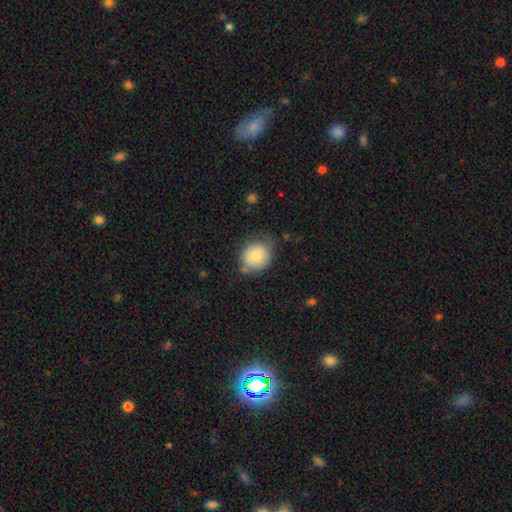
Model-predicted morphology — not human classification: smooth_or_featured: smooth (p=0.80) [alt: featured or disk p=0.12]
how_rounded: round (p=0.80) [alt: in between p=0.19]
merging: none (p=0.65) [alt: minor disturbance p=0.25]